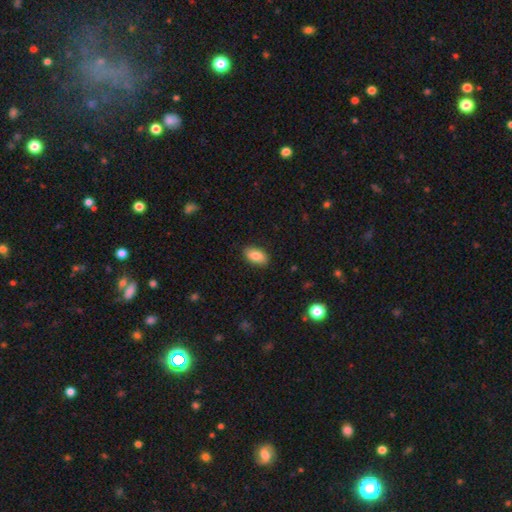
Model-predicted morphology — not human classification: Smooth or featured?
  - smooth: 85% *
  - featured or disk: 8%
  - star or artifact: 7%
How rounded?
  - in between: 92% *
  - round: 4%
  - cigar-shaped: 4%
Merging?
  - none: 88% *
  - minor disturbance: 9%
  - major disturbance: 2%
  - merger: 1%